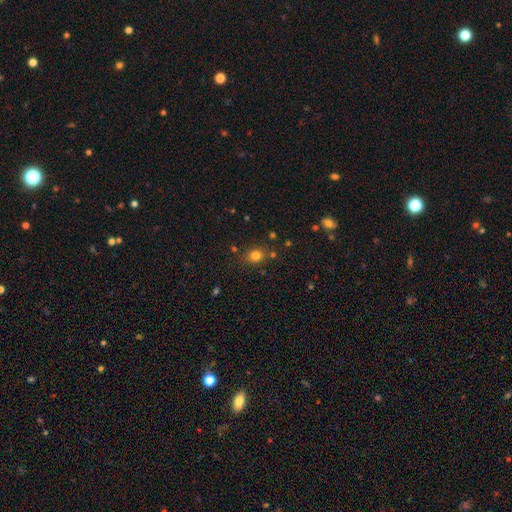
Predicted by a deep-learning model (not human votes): Smooth or featured? Predicted: smooth (p=0.79). How rounded? Predicted: round (p=0.65). Merging? Predicted: none (p=0.80).